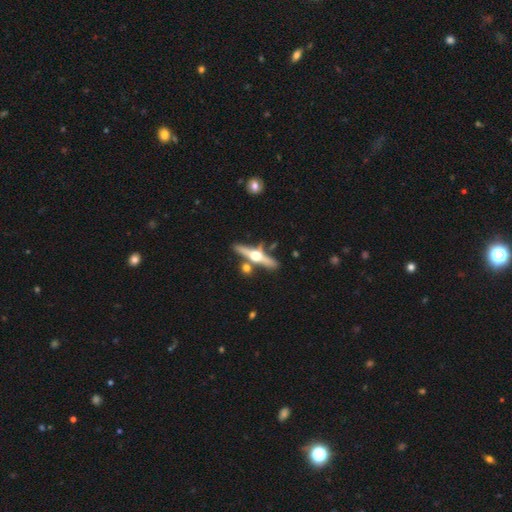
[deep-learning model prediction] featured or disk 76%, smooth 18%, star or artifact 6%. Down the decision tree: edge-on disk — yes (95%); edge-on bulge — rounded (96%); merging — none (71%).